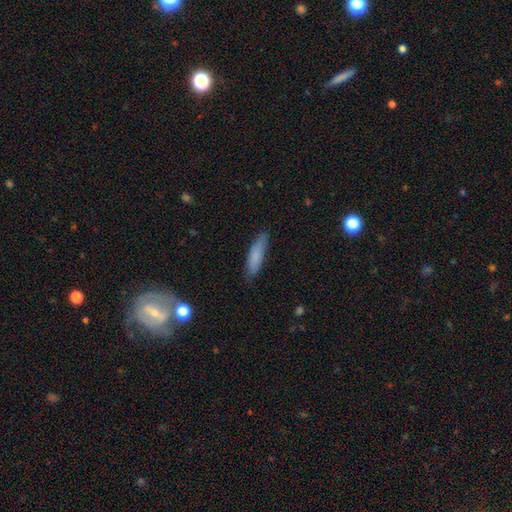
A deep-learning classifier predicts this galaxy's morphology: Overall: smooth (80%). How rounded: cigar-shaped (74%). Merging: none (82%).